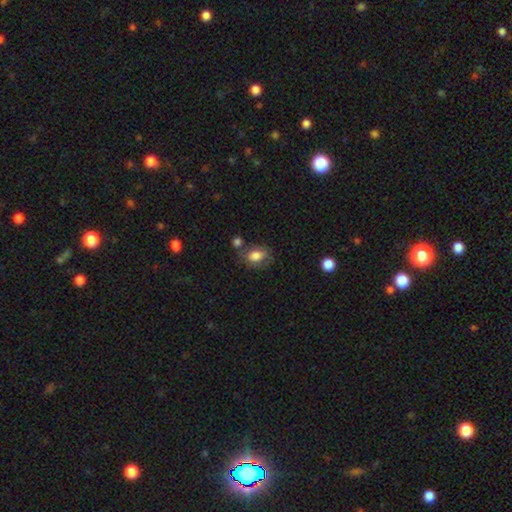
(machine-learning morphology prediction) A smooth galaxy with no disk features (79%) that is in between round and cigar-shaped (75%). Merging: none (58%).